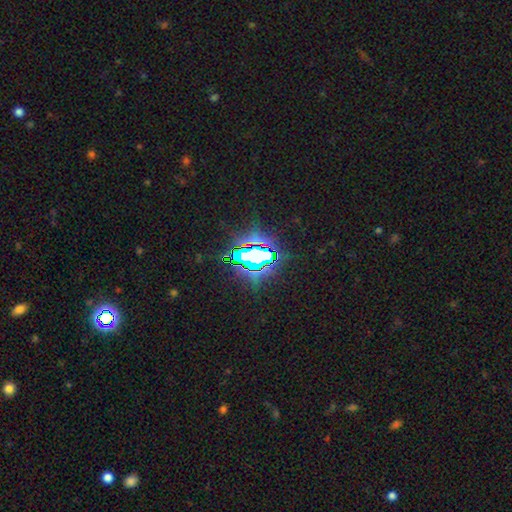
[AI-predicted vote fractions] The model was most divided on "smooth or featured": star or artifact: 75%, smooth: 14%, featured or disk: 11%.